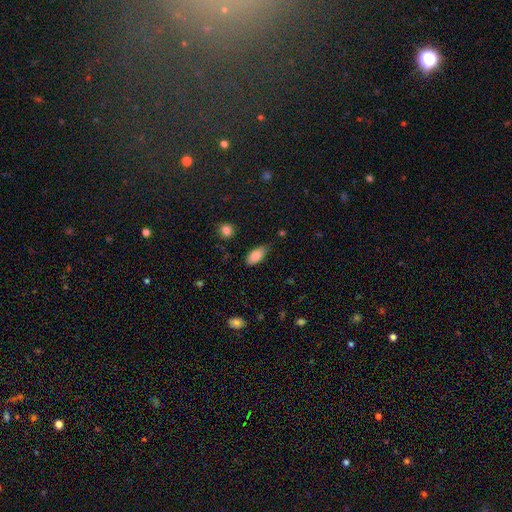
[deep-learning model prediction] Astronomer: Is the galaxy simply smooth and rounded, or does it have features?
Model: smooth — 84%.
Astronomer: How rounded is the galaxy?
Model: in between — 90%.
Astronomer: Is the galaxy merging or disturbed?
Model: none — 75%.